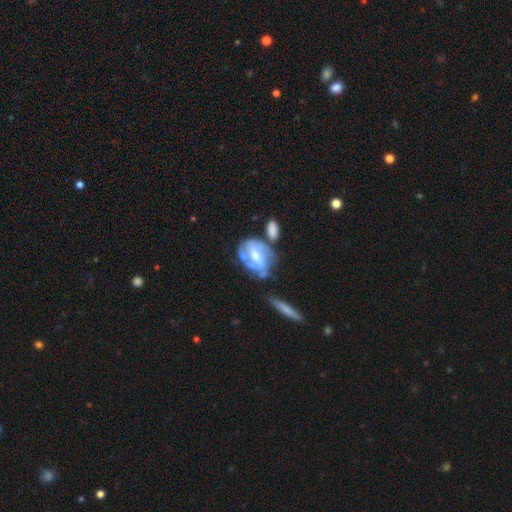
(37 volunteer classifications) Smooth or featured?
  - featured or disk: 65% *
  - smooth: 30%
  - star or artifact: 5%
Edge-on disk?
  - no: 96% *
  - yes: 4%
Bar?
  - strong: 52% *
  - weak: 35%
  - no: 13%
Spiral arms?
  - yes: 65% *
  - no: 35%
Spiral winding?
  - tight: 40% * (tied)
  - medium: 40% * (tied)
  - loose: 20%
Spiral arm count?
  - 2: 60% *
  - 1: 20%
  - can't tell: 20%
  - 3: 0%
  - 4: 0%
  - more than 4: 0%
Bulge size?
  - moderate: 43% *
  - small: 35%
  - large: 17%
  - none: 4%
  - dominant: 0%
Merging?
  - none: 37% *
  - major disturbance: 23%
  - minor disturbance: 20%
  - merger: 20%